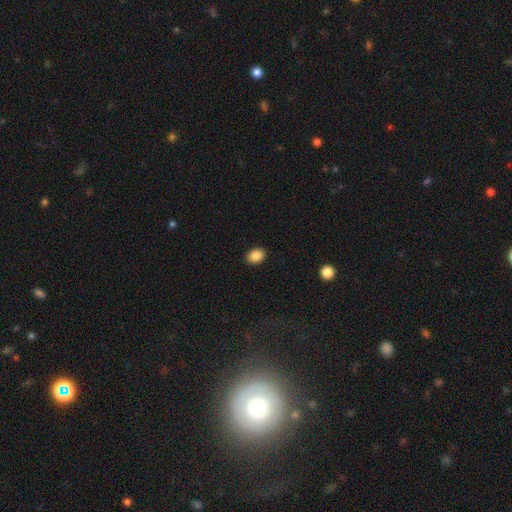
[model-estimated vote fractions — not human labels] The model was most divided on "how rounded": in between: 69%, round: 30%, cigar-shaped: 1%. More confident: merging — none (90%); smooth or featured — smooth (87%).